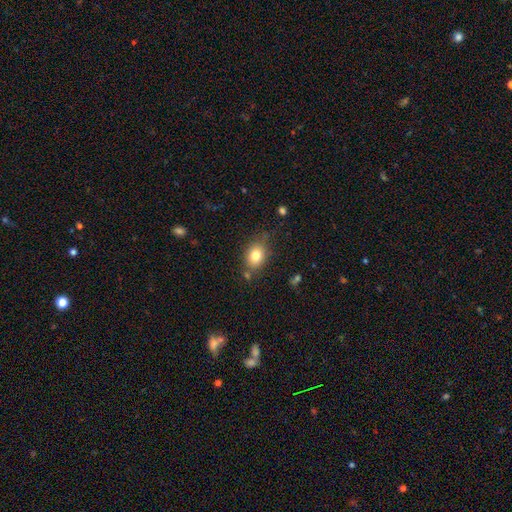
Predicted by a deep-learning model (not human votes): Morphology: type=smooth (80%); roundness=in between (66%); merging=none (72%).